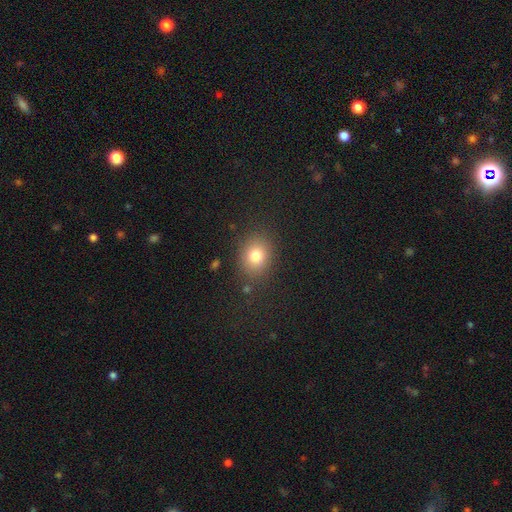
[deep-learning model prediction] smooth 79%, star or artifact 12%, featured or disk 8%. Down the decision tree: how rounded — round (57%); merging — none (84%).